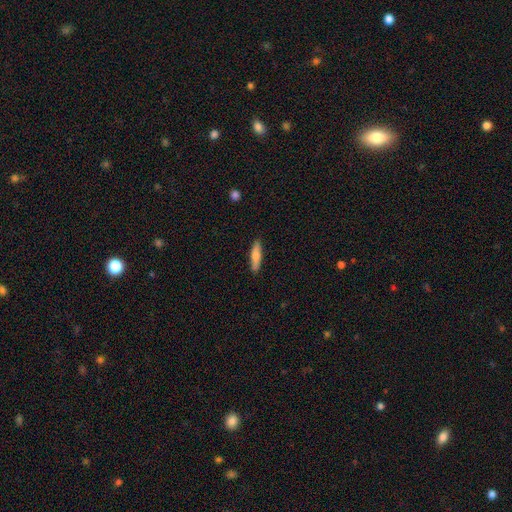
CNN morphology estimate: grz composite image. It shows a smooth galaxy with no disk features (76%) that is cigar-shaped (79%). Merging: none (89%).